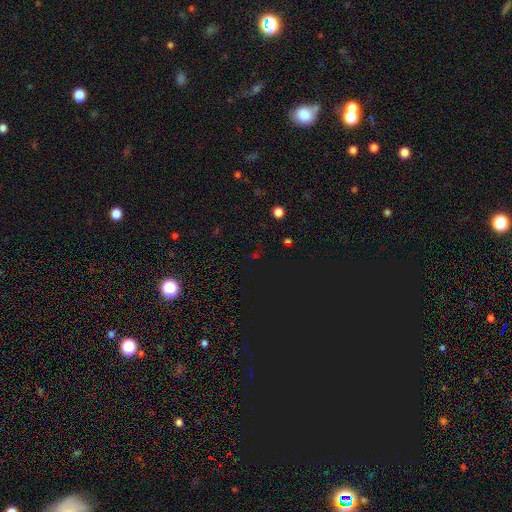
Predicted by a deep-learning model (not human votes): Smooth or featured: star or artifact — 67% (smooth — 25%)